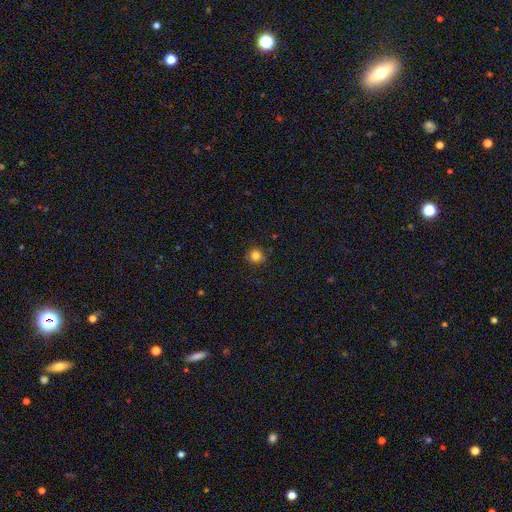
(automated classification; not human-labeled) Smooth or featured? Predicted: smooth (p=0.82). How rounded? Predicted: round (p=0.88). Merging? Predicted: none (p=0.82).